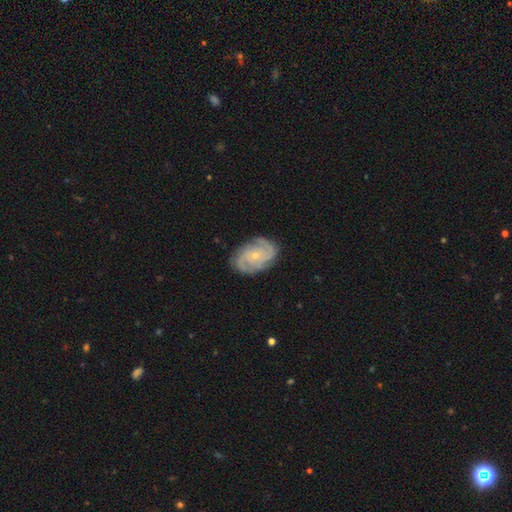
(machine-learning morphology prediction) featured or disk 88%, smooth 7%, star or artifact 5%. Down the decision tree: edge-on disk — no (97%); bar — no (71%); spiral arms — yes (98%); spiral arm count — 2 (36%); spiral winding — tight (55%); bulge size — small (76%); merging — none (81%).